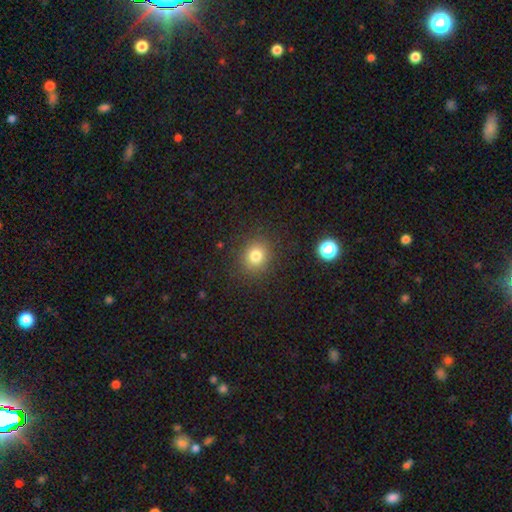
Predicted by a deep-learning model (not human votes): Overall: smooth (79%). How rounded: round (80%). Merging: none (87%).